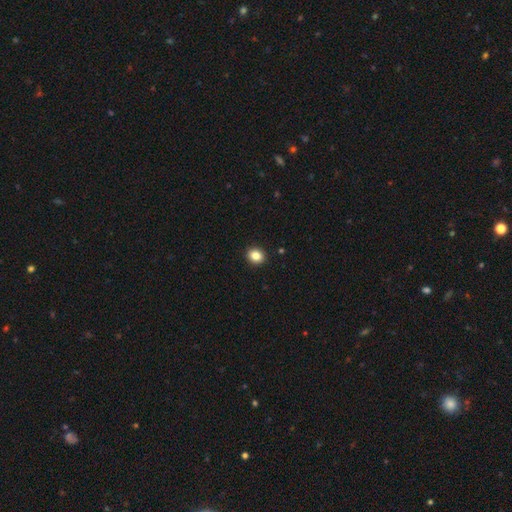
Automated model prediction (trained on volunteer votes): Smooth or featured?
  - smooth: 85% *
  - star or artifact: 10%
  - featured or disk: 5%
How rounded?
  - round: 69% *
  - in between: 31%
  - cigar-shaped: 1%
Merging?
  - none: 93% *
  - minor disturbance: 5%
  - major disturbance: 1%
  - merger: 1%